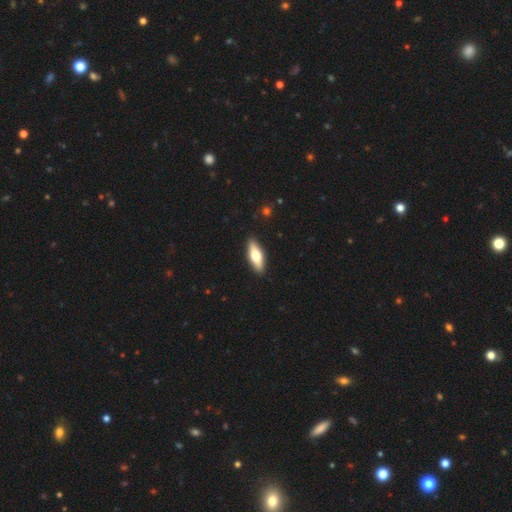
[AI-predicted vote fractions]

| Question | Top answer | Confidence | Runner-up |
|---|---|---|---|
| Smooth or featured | smooth | 60% | featured or disk (34%) |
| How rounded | in between | 60% | cigar-shaped (37%) |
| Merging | none | 91% | minor disturbance (7%) |